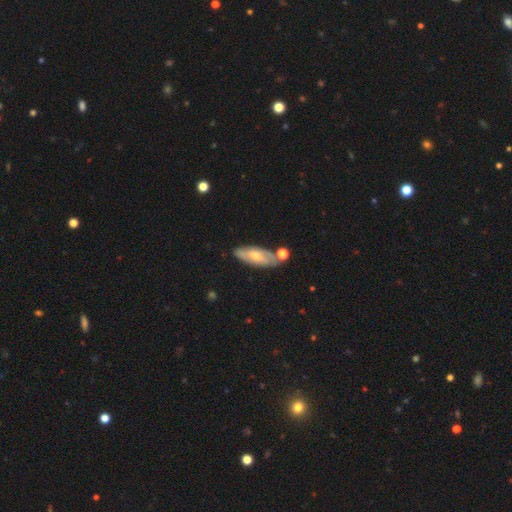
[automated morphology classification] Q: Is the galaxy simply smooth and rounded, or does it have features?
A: featured or disk — 54%.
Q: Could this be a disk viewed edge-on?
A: no — 73%.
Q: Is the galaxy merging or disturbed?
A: none — 70%.